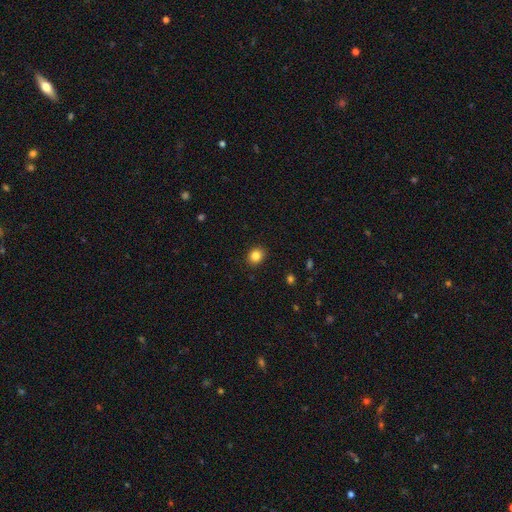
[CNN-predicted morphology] smooth_or_featured: smooth (p=0.84) [alt: star or artifact p=0.11]
how_rounded: round (p=0.72) [alt: in between p=0.27]
merging: none (p=0.90) [alt: minor disturbance p=0.07]